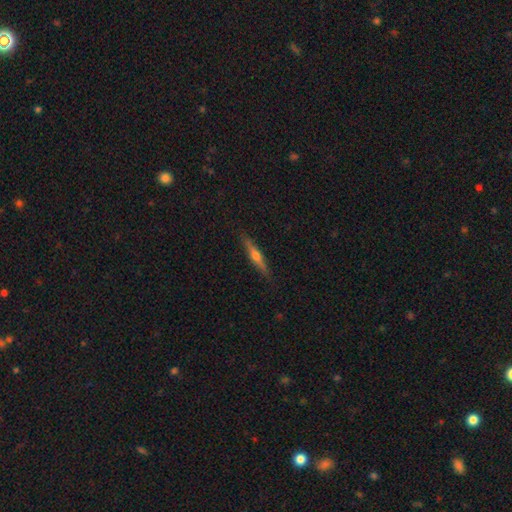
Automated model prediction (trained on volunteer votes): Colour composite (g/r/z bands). It shows a featured or disk galaxy (63%) viewed edge-on (96%) with a rounded central bulge (88%). Merging: none (89%).